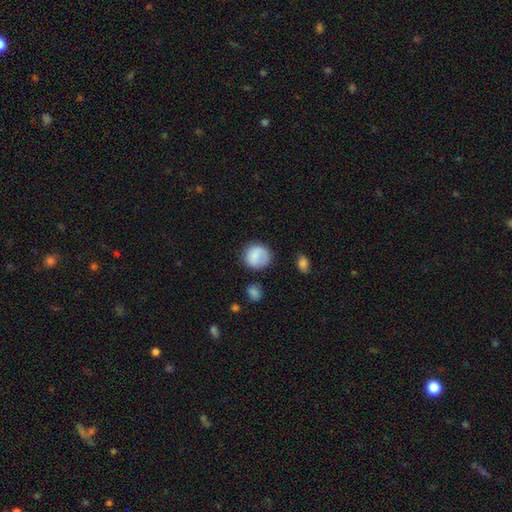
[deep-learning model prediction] Smooth or featured? Predicted: smooth (p=0.81). How rounded? Predicted: round (p=0.87). Merging? Predicted: none (p=0.72).